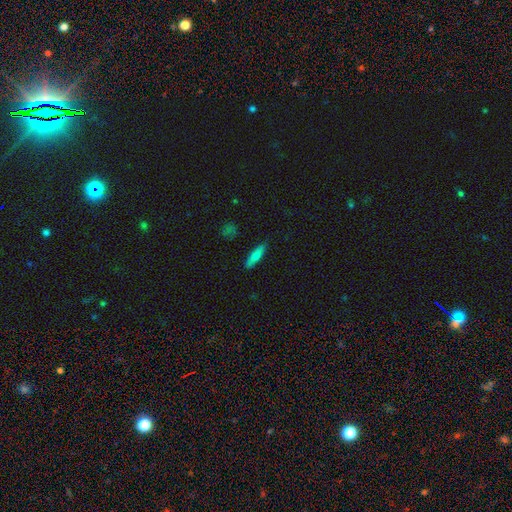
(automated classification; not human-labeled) Morphology: type=smooth (74%); roundness=cigar-shaped (68%); merging=none (83%).